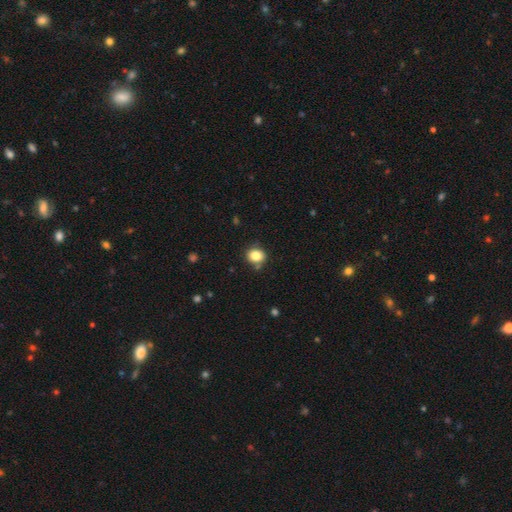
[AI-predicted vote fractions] smooth_or_featured: smooth (p=0.83) [alt: star or artifact p=0.10]
how_rounded: round (p=0.70) [alt: in between p=0.29]
merging: none (p=0.79) [alt: minor disturbance p=0.13]